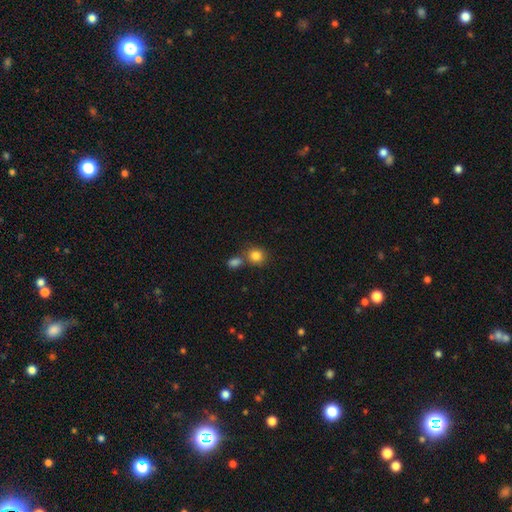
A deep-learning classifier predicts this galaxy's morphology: Smooth or featured? smooth (84%)
How rounded? round (80%)
Merging? none (59%)